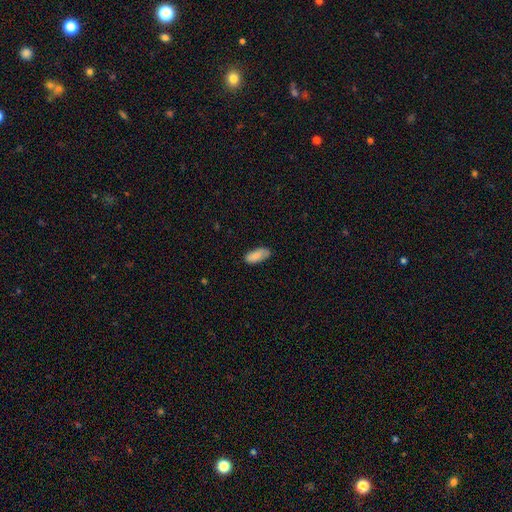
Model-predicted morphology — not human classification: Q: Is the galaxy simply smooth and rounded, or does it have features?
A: smooth — 86%.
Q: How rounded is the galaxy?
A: in between — 83%.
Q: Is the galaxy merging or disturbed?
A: none — 72%.